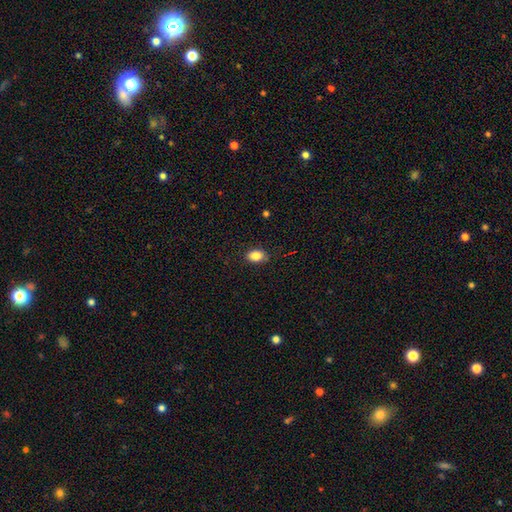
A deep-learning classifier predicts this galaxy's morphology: Smooth or featured: smooth — 86% (star or artifact — 9%)
How rounded: in between — 78% (round — 21%)
Merging: none — 85% (minor disturbance — 12%)